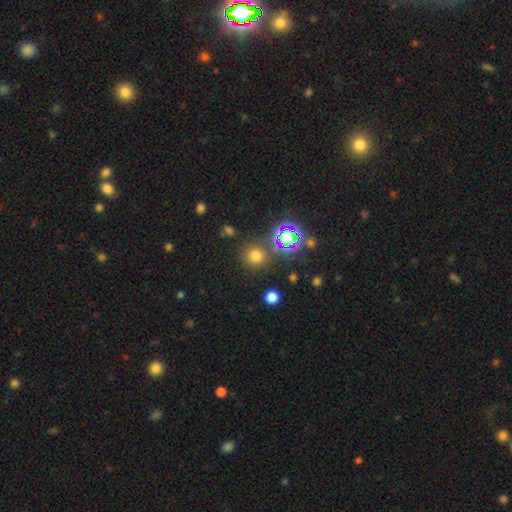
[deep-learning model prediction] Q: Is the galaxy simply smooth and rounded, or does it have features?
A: star or artifact — 56%.